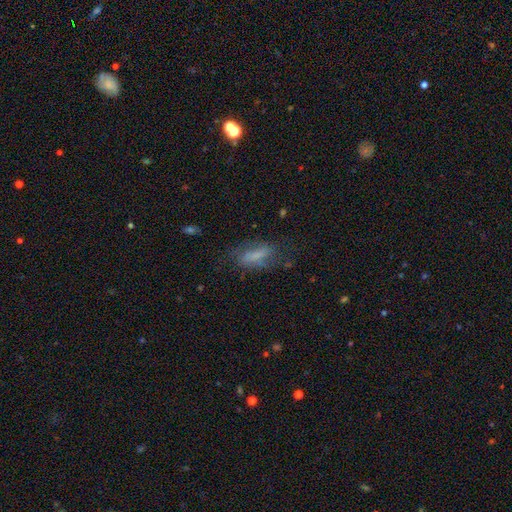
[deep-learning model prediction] A smooth galaxy with no disk features (58%) that is in between round and cigar-shaped (65%). Merging: none (57%).